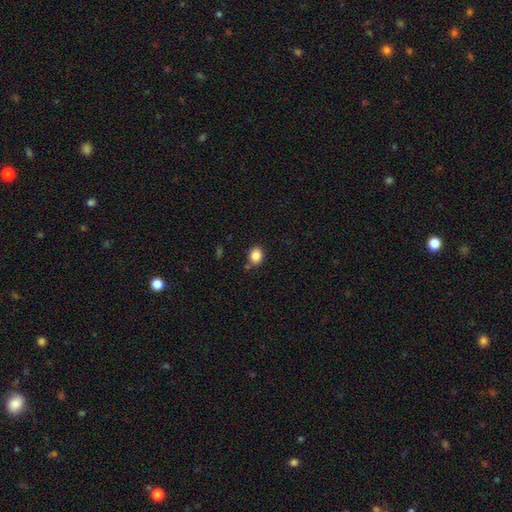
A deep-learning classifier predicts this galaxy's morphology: Q: Smooth or featured?
A: smooth (85%); runner-up: star or artifact (9%)
Q: How rounded?
A: round (57%); runner-up: in between (42%)
Q: Merging?
A: none (82%); runner-up: minor disturbance (10%)